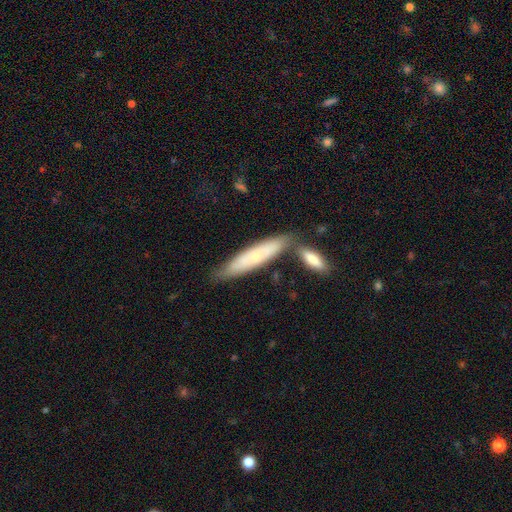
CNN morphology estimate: A smooth galaxy with no disk features (62%) that is cigar-shaped (81%). Merging: none (60%).